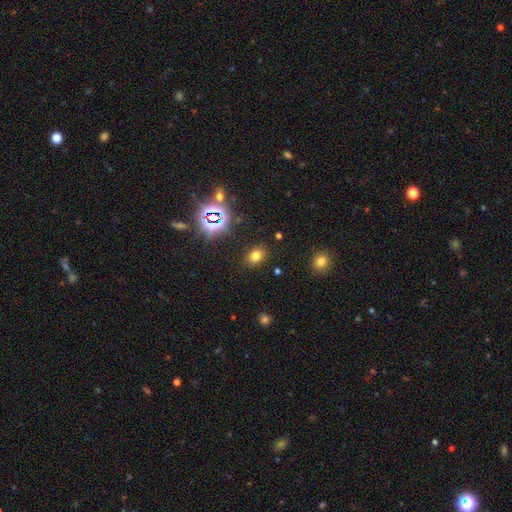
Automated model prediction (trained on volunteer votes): Overall: smooth (70%). How rounded: in between (67%; round 32%). Merging: none (86%).